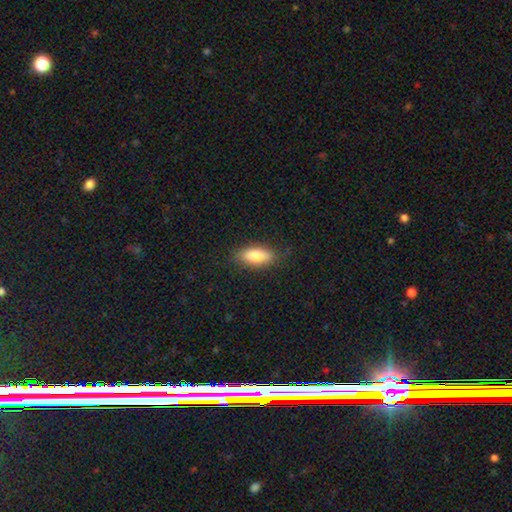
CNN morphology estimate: smooth 82%, featured or disk 12%, star or artifact 7%. Down the decision tree: how rounded — in between (80%); merging — none (84%).